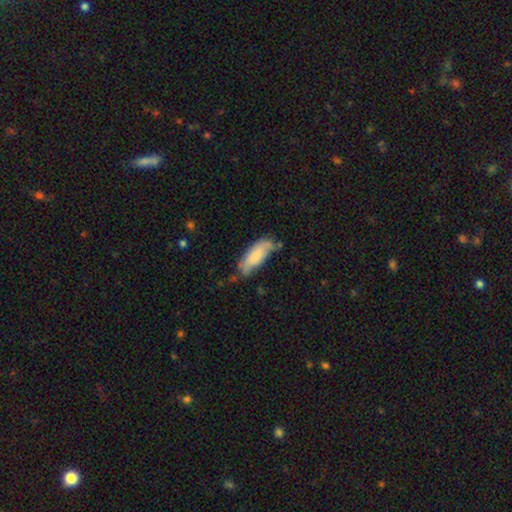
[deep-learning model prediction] Overall: smooth (73%). How rounded: in between (72%). Merging: none (53%; minor disturbance 34%).